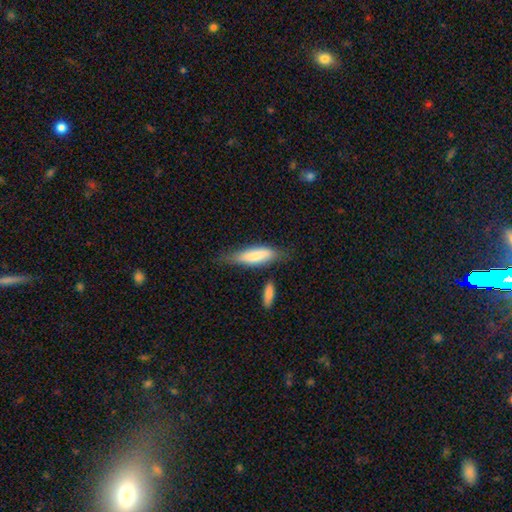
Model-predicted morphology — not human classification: A smooth galaxy with no disk features (74%) that is cigar-shaped (57%).

Vote fractions:
- Smooth or featured? smooth: 74% / featured or disk: 20% / star or artifact: 6%
- How rounded? cigar-shaped: 57% / in between: 41% / round: 2%
- Merging? none: 56% / minor disturbance: 27% / merger: 9% / major disturbance: 9%